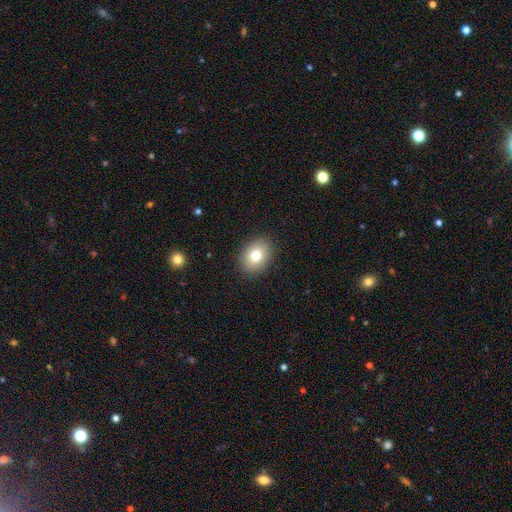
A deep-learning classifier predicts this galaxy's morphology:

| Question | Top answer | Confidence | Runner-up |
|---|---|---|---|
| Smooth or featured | smooth | 79% | featured or disk (12%) |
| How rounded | in between | 69% | round (30%) |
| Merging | none | 89% | minor disturbance (8%) |